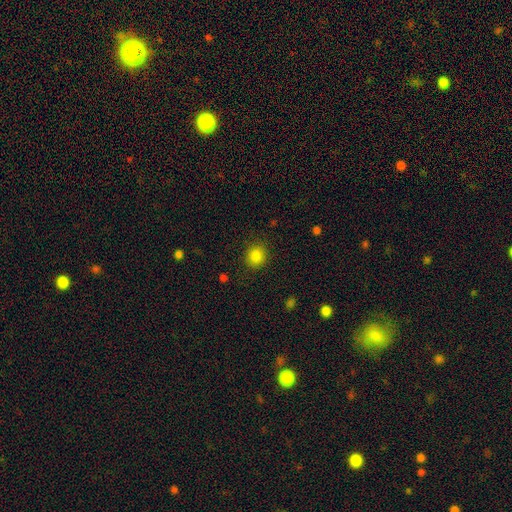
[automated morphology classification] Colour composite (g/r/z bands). It shows a smooth galaxy with no disk features (84%) that is round (83%). Merging: none (89%).